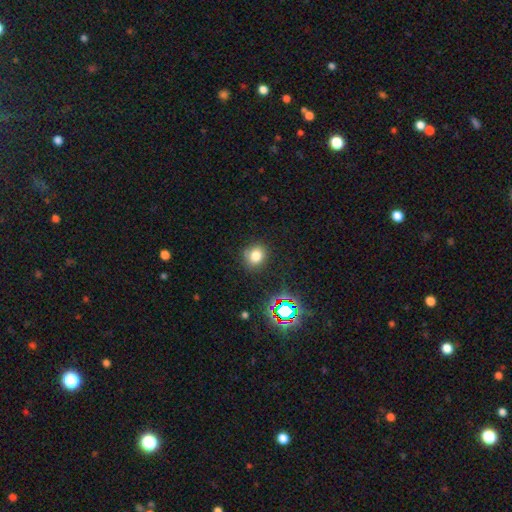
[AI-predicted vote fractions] The model was most divided on "how rounded": round: 71%, in between: 28%, cigar-shaped: 1%. More confident: merging — none (82%); smooth or featured — smooth (75%).